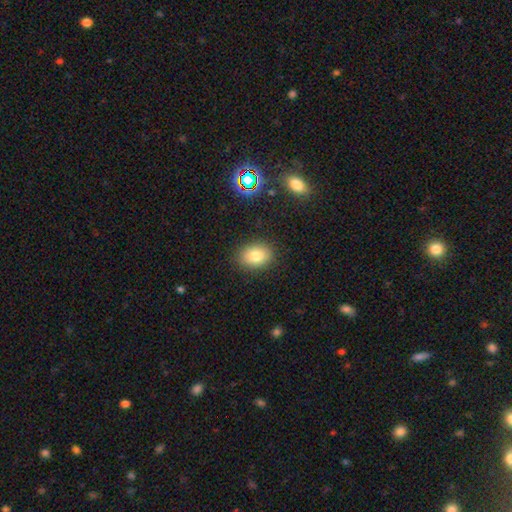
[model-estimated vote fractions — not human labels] This is likely a smooth galaxy (79%). How rounded: likely in between (62%). Merging: clearly none (87%).